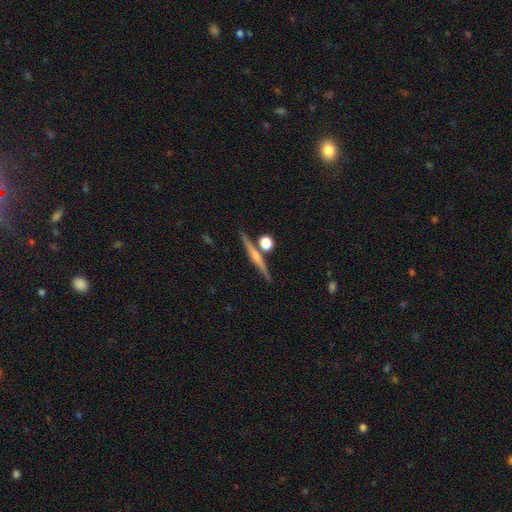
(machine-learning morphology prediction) Smooth or featured? Predicted: featured or disk (p=0.59). Edge-on disk? Predicted: yes (p=0.96). Edge-on bulge? Predicted: rounded (p=0.61). Merging? Predicted: none (p=0.79).